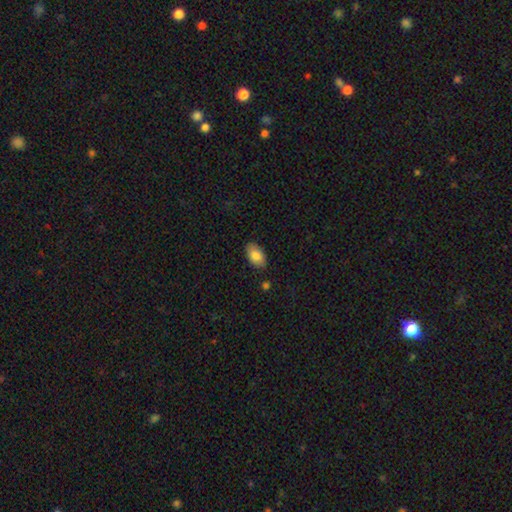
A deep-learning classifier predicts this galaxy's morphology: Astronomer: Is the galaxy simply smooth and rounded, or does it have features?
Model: smooth — 82%.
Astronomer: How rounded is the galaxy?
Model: in between — 93%.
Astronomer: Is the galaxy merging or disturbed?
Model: none — 85%.